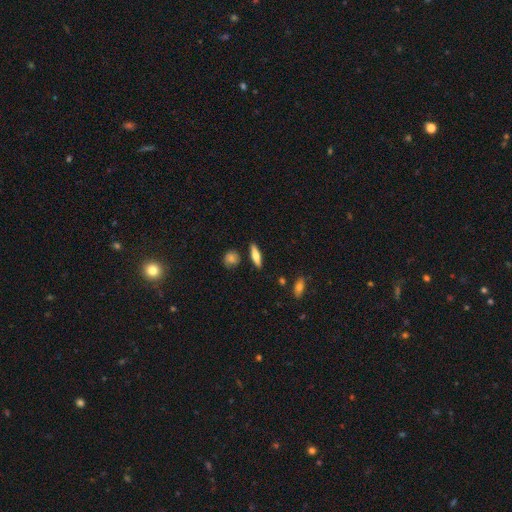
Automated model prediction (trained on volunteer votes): Q: Smooth or featured?
A: smooth (57%); runner-up: featured or disk (36%)
Q: How rounded?
A: cigar-shaped (66%); runner-up: in between (31%)
Q: Merging?
A: none (84%); runner-up: minor disturbance (10%)